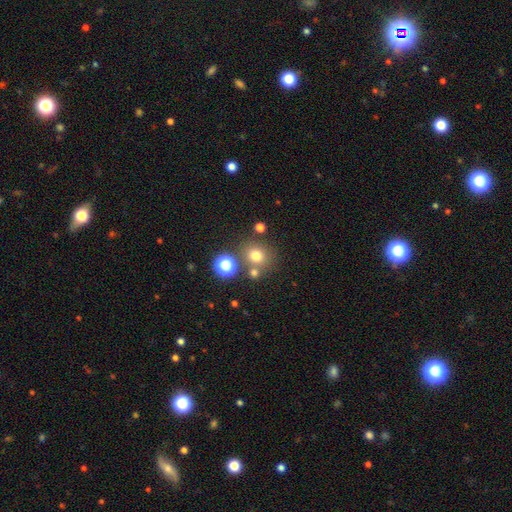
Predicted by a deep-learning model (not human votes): Smooth or featured? smooth (72%)
How rounded? round (83%)
Merging? none (70%)